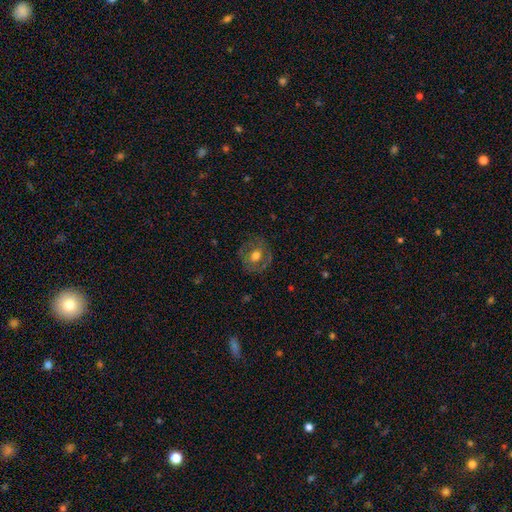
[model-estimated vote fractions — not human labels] A smooth galaxy with no disk features (49%).

Vote fractions:
- Smooth or featured? smooth: 49% / featured or disk: 42% / star or artifact: 9%
- Merging? none: 77% / minor disturbance: 15% / major disturbance: 7% / merger: 1%